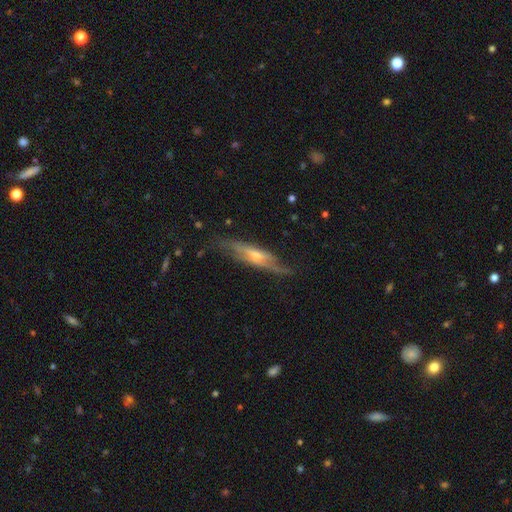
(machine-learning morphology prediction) A featured or disk galaxy (71%) viewed edge-on (62%).

Vote fractions:
- Smooth or featured? featured or disk: 71% / smooth: 22% / star or artifact: 7%
- Edge-on disk? yes: 62% / no: 38%
- Merging? none: 63% / minor disturbance: 24% / major disturbance: 10% / merger: 2%